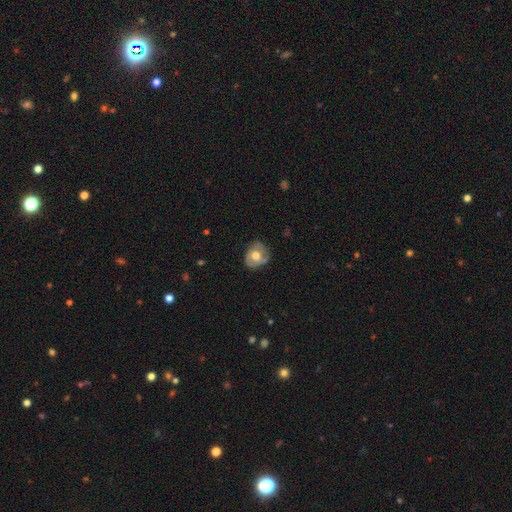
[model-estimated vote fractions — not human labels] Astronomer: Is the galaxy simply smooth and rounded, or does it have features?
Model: smooth — 49% (runner-up: featured or disk, 43%).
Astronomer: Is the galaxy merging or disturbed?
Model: none — 65%.